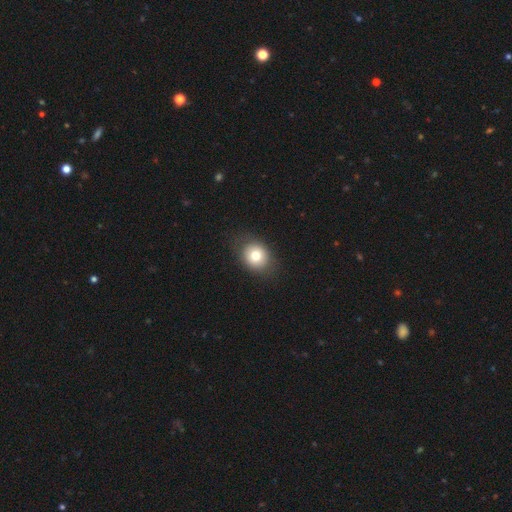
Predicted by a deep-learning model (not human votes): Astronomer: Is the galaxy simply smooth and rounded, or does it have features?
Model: smooth — 76%.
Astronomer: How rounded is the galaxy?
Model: round — 62% (runner-up: in between, 37%).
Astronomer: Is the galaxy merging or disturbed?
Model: none — 83%.